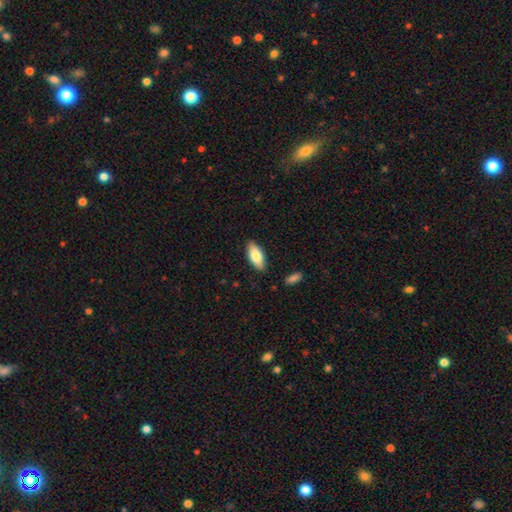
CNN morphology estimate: Smooth or featured: smooth — 80% (featured or disk — 14%)
How rounded: in between — 85% (cigar-shaped — 13%)
Merging: none — 86% (minor disturbance — 10%)